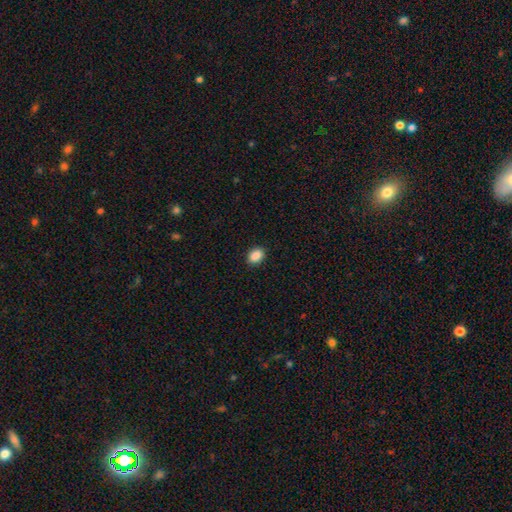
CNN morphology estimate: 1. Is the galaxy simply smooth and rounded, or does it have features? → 89% smooth, 8% star or artifact, 3% featured or disk.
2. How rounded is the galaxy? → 76% in between, 23% round, 1% cigar-shaped.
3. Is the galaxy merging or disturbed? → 90% none, 7% minor disturbance, 2% major disturbance, 1% merger.